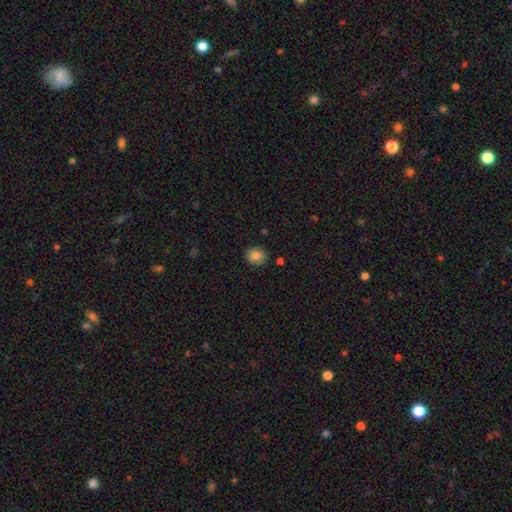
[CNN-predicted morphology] Smooth or featured: smooth — 83% (star or artifact — 9%)
How rounded: round — 76% (in between — 23%)
Merging: none — 86% (minor disturbance — 10%)